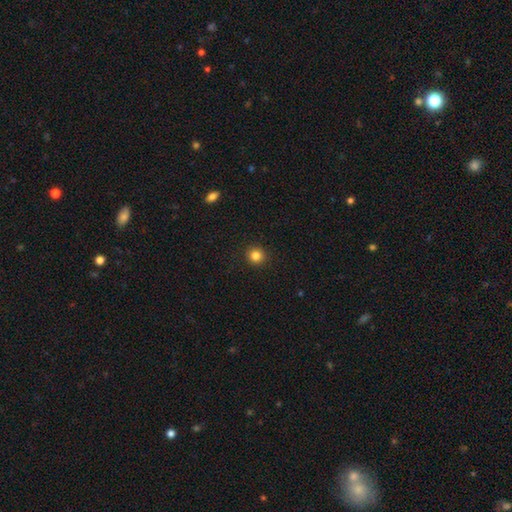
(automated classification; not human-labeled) Morphology: type=smooth (84%); roundness=round (93%); merging=none (93%).